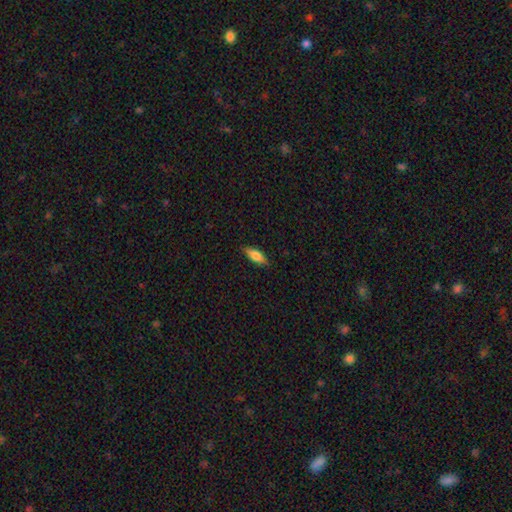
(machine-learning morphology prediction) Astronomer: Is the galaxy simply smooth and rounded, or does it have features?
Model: smooth — 77%.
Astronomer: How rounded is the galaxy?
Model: in between — 70%.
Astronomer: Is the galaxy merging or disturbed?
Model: none — 86%.